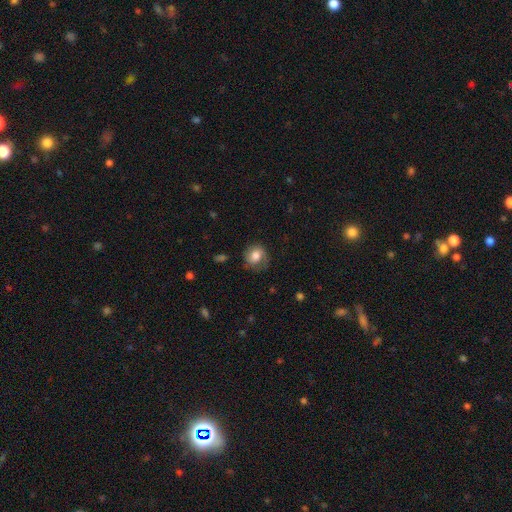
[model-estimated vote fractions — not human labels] Smooth or featured: smooth — 66% (featured or disk — 25%)
How rounded: round — 73% (in between — 26%)
Merging: none — 64% (minor disturbance — 23%)